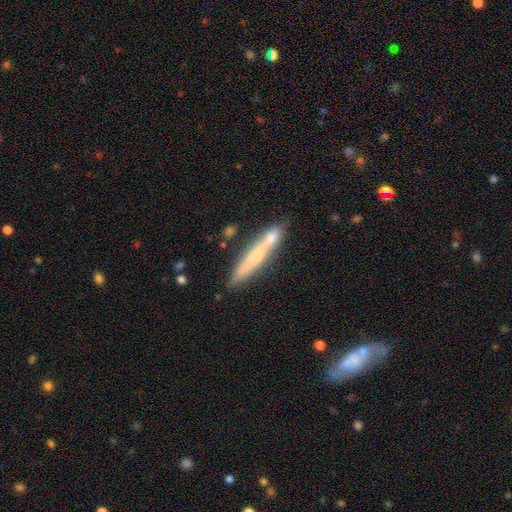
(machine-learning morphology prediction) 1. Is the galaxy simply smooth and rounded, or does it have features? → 58% smooth, 35% featured or disk, 7% star or artifact.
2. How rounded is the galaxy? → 93% cigar-shaped, 6% in between, 1% round.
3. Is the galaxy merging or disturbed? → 71% none, 15% minor disturbance, 11% merger, 4% major disturbance.